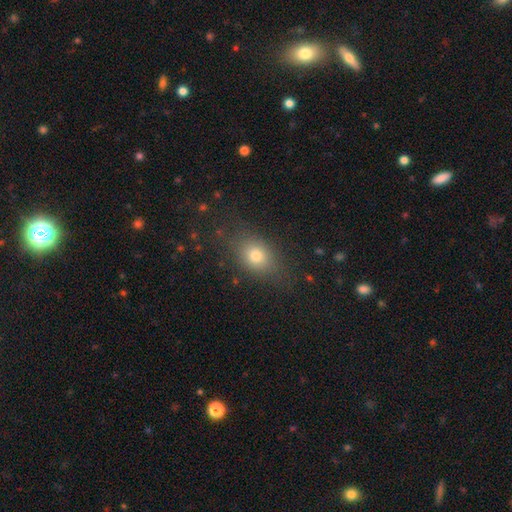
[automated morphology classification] Smooth or featured?
  - smooth: 75% *
  - star or artifact: 14%
  - featured or disk: 12%
How rounded?
  - in between: 64% *
  - round: 33%
  - cigar-shaped: 3%
Merging?
  - none: 79% *
  - minor disturbance: 14%
  - major disturbance: 6%
  - merger: 1%